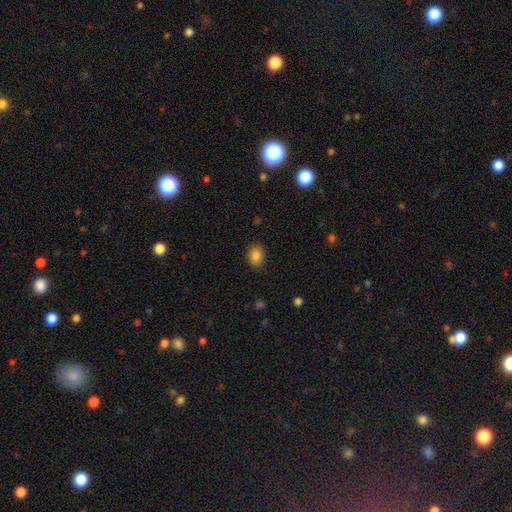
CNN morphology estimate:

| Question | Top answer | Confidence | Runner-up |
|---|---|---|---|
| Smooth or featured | smooth | 86% | star or artifact (10%) |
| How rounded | in between | 69% | round (30%) |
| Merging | none | 85% | minor disturbance (11%) |